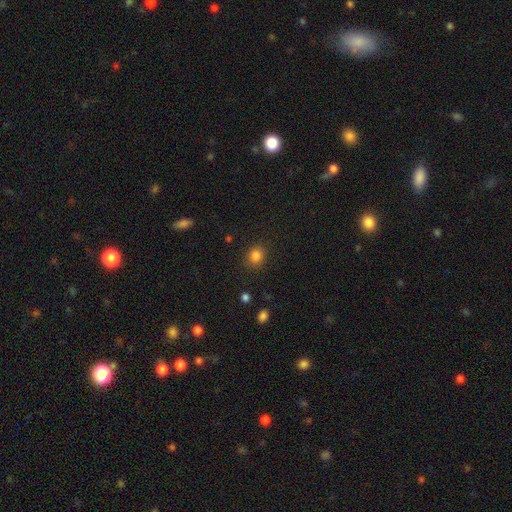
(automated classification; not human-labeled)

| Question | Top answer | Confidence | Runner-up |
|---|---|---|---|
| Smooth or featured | smooth | 84% | star or artifact (12%) |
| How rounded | round | 75% | in between (25%) |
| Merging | none | 86% | minor disturbance (9%) |